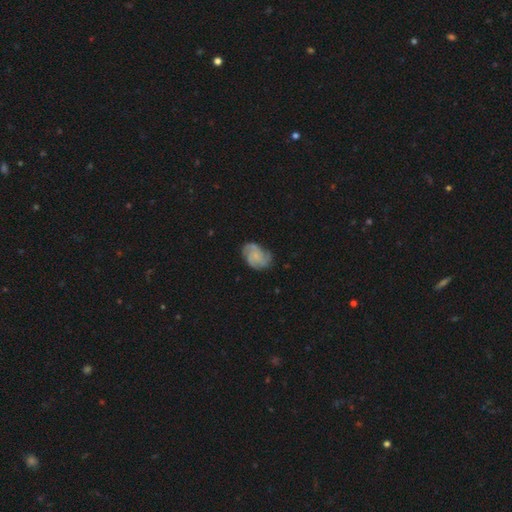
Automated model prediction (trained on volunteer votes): smooth-or-featured: featured or disk: 69% | smooth: 24% | star or artifact: 7%
  disk-edge-on: no: 98% | yes: 2%
    bar: no: 76% | weak: 21% | strong: 3%
    has-spiral-arms: yes: 93% | no: 7%
      spiral-winding: tight: 46% | medium: 40% | loose: 14%
      spiral-arm-count: 3: 36% | can't tell: 22% | 2: 20% | 4: 12% | 1: 5% | more than 4: 5%
    bulge-size: small: 57% | none: 27% | moderate: 14% | large: 2% | dominant: 1%
  merging: none: 68% | minor disturbance: 23% | major disturbance: 8% | merger: 2%